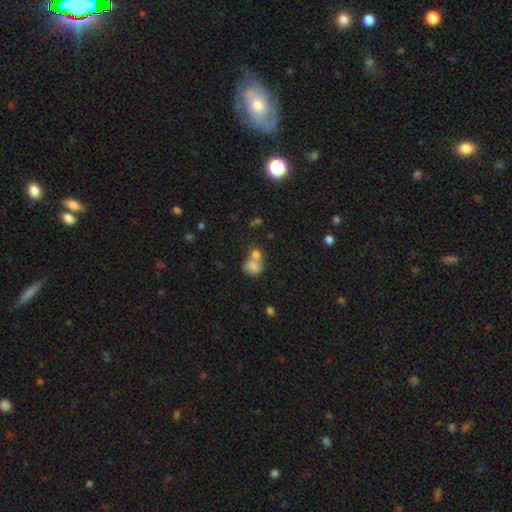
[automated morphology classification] The model was most divided on "how rounded": round: 60%, in between: 39%, cigar-shaped: 1%. More confident: smooth or featured — smooth (76%); merging — merger (61%).